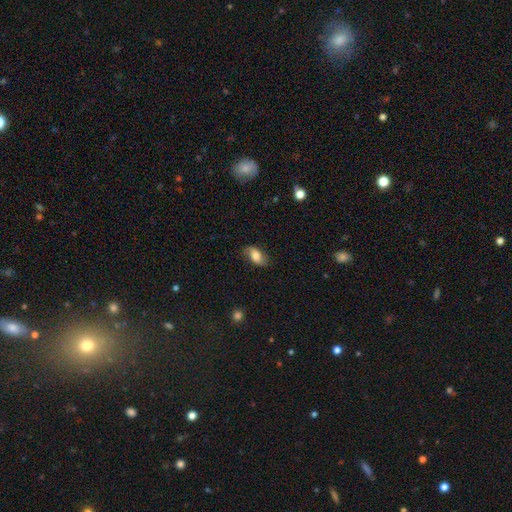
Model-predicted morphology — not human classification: Smooth or featured? smooth (67%)
How rounded? in between (90%)
Merging? none (79%)